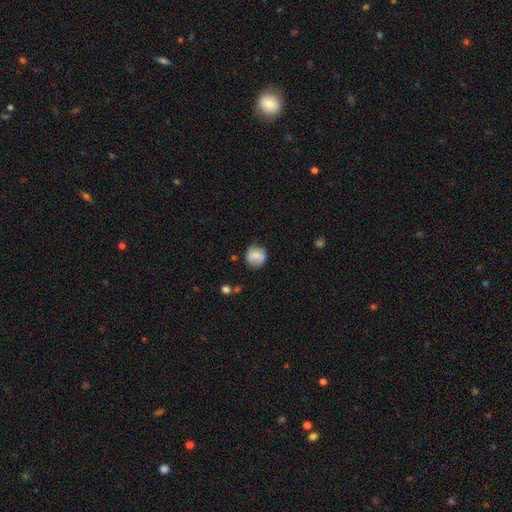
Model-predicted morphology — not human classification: A smooth galaxy with no disk features (69%) that is round (87%). Merging: none (72%).